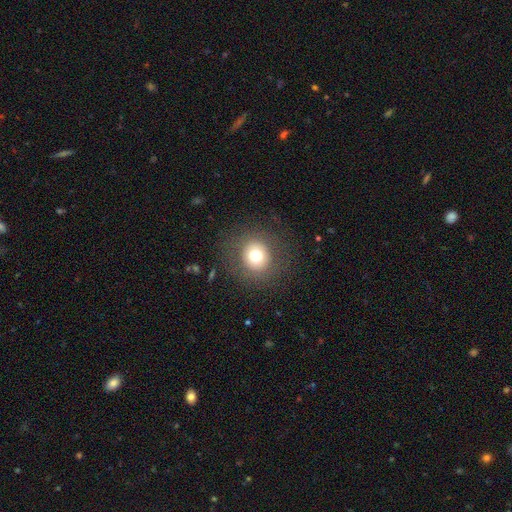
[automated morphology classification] This is likely a smooth galaxy (72%). How rounded: clearly round (90%). Merging: clearly none (84%).